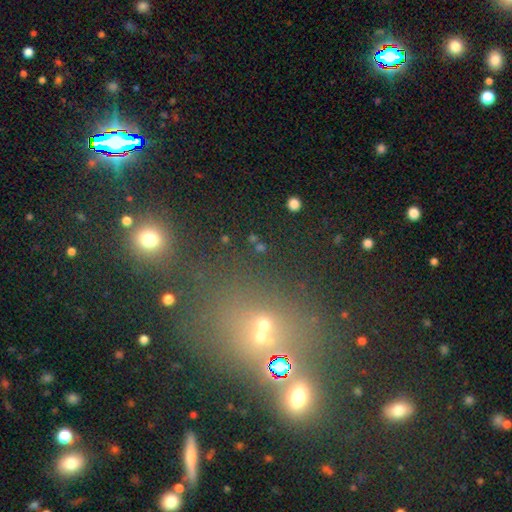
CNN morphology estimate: The model was most divided on "smooth or featured": star or artifact: 55%, smooth: 32%, featured or disk: 13%.